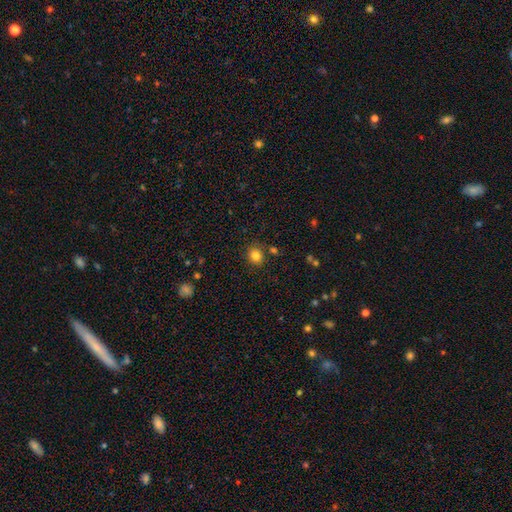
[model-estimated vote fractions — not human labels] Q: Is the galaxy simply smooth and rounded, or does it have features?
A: smooth — 82%.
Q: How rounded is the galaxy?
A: round — 75%.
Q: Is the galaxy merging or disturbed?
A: none — 84%.